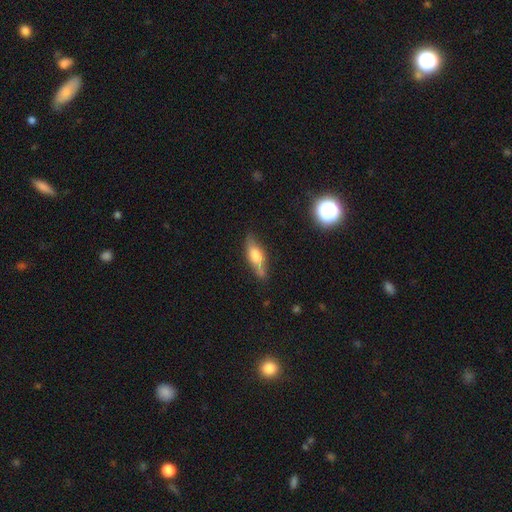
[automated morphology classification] The model was most divided on "how rounded": cigar-shaped: 49%, in between: 48%, round: 3%. More confident: merging — none (70%); smooth or featured — smooth (53%).